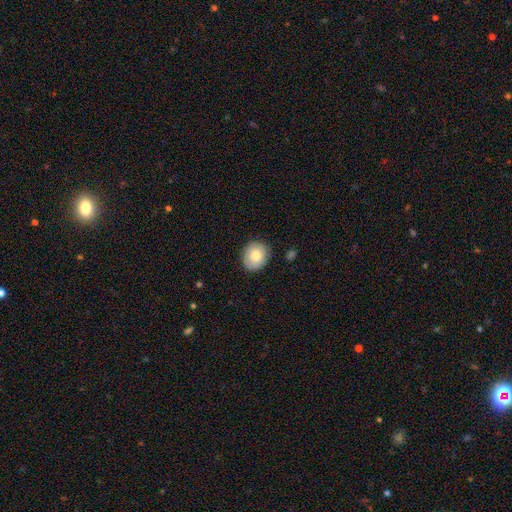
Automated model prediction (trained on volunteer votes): Smooth or featured: smooth — 80% (featured or disk — 13%)
How rounded: round — 71% (in between — 28%)
Merging: none — 84% (minor disturbance — 12%)